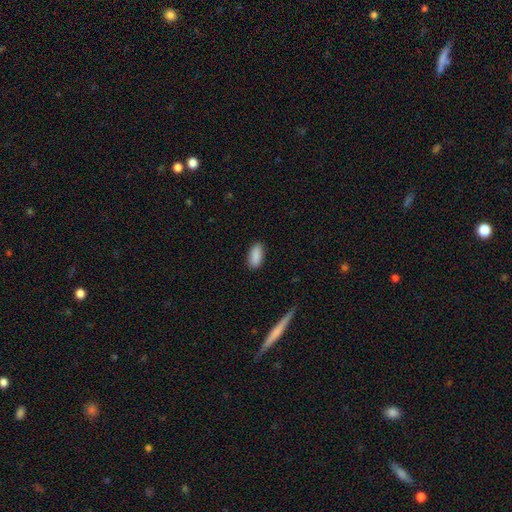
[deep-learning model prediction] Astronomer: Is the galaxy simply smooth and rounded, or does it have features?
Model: smooth — 89%.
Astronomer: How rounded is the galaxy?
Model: in between — 86%.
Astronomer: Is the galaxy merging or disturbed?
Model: none — 87%.